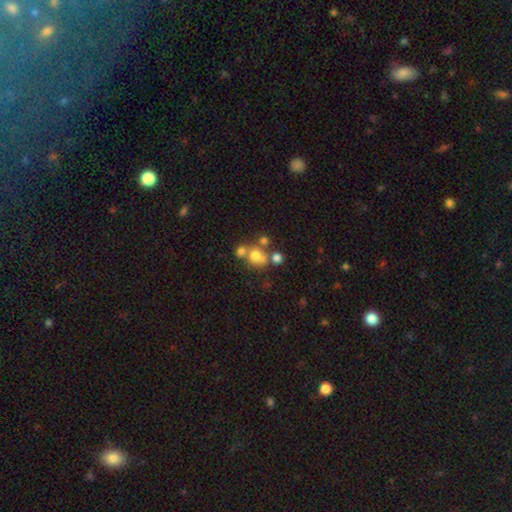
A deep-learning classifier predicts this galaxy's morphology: smooth_or_featured: smooth (p=0.65) [alt: featured or disk p=0.19]
how_rounded: round (p=0.75) [alt: in between p=0.24]
merging: none (p=0.43) [alt: merger p=0.40]